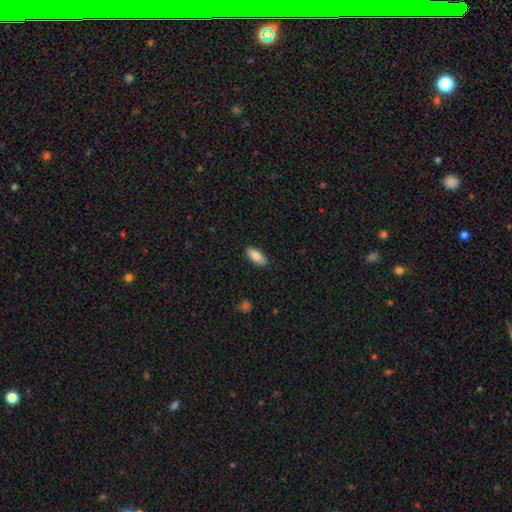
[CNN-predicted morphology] A smooth galaxy with no disk features (84%) that is in between round and cigar-shaped (81%). Merging: none (87%).